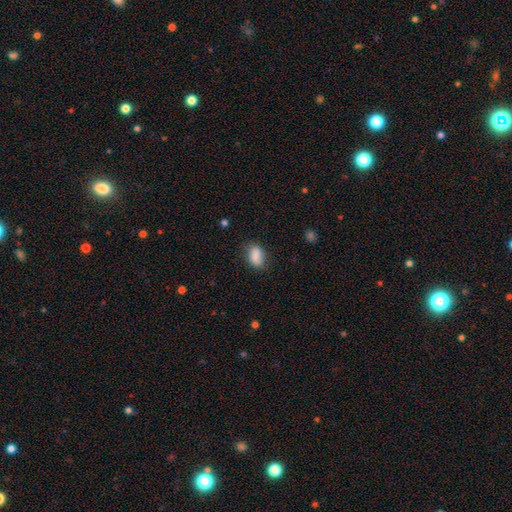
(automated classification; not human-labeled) smooth-or-featured: smooth: 85% | star or artifact: 8% | featured or disk: 7%
  how-rounded: in between: 84% | round: 12% | cigar-shaped: 4%
  merging: none: 71% | minor disturbance: 21% | major disturbance: 5% | merger: 3%